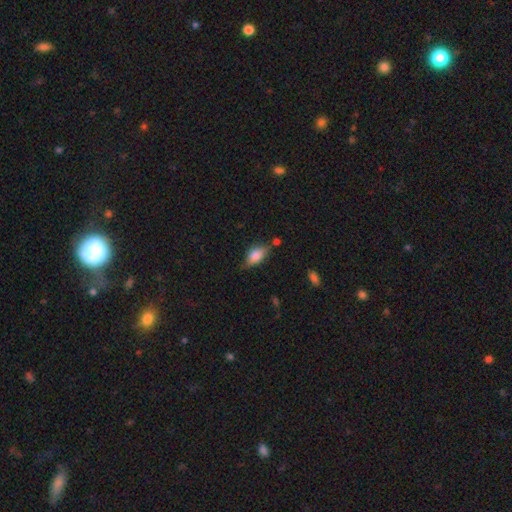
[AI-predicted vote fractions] This appears to be a smooth galaxy with no disk features (79%) that is in between round and cigar-shaped (88%). Merging: none (63%).